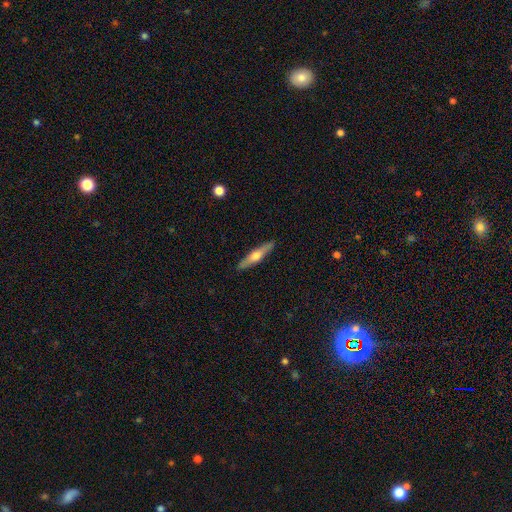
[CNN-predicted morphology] A featured or disk galaxy (53%) viewed edge-on (94%).

Vote fractions:
- Smooth or featured? featured or disk: 53% / smooth: 42% / star or artifact: 6%
- Edge-on disk? yes: 94% / no: 6%
- Merging? none: 90% / minor disturbance: 7% / major disturbance: 2% / merger: 1%